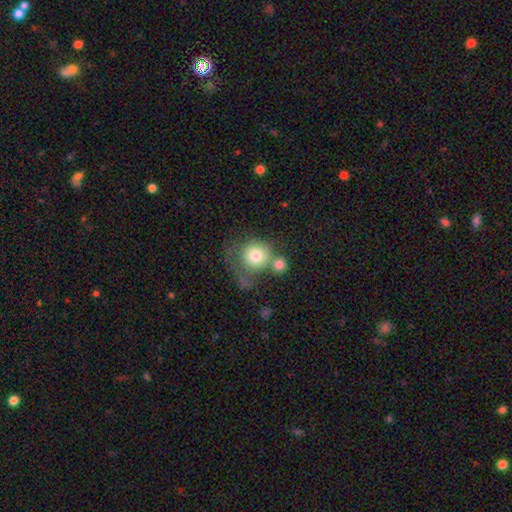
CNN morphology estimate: This is likely a smooth galaxy (75%). How rounded: clearly round (87%). Merging: marginally merger (35%).